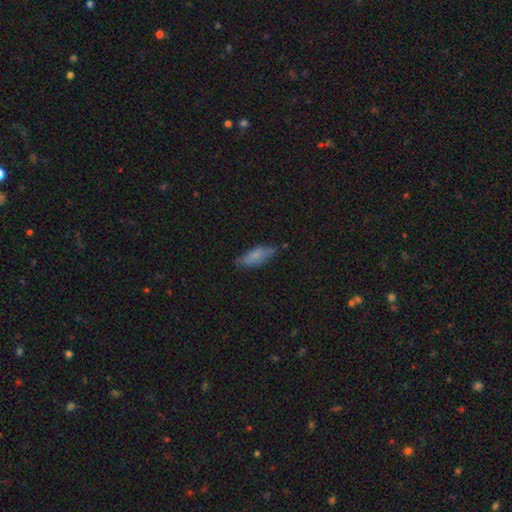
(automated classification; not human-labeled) Q: Smooth or featured?
A: smooth (73%); runner-up: featured or disk (19%)
Q: How rounded?
A: in between (71%); runner-up: cigar-shaped (27%)
Q: Merging?
A: none (67%); runner-up: minor disturbance (25%)